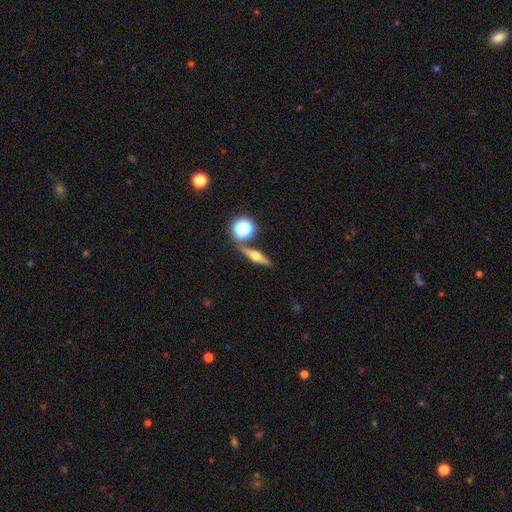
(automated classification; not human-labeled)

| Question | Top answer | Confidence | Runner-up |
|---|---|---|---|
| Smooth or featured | featured or disk | 59% | smooth (30%) |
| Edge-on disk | yes | 92% | no (8%) |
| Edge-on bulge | rounded | 94% | boxy (4%) |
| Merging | none | 77% | merger (10%) |